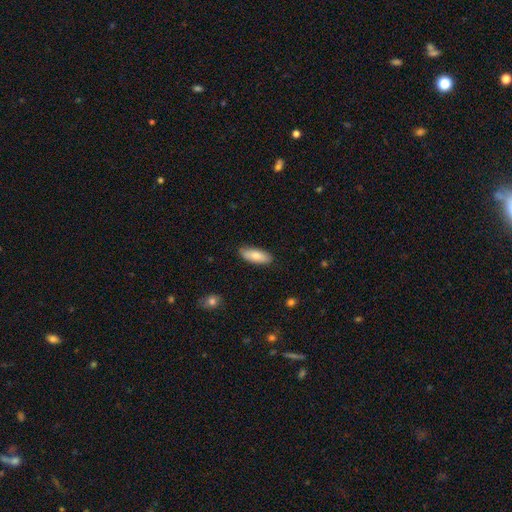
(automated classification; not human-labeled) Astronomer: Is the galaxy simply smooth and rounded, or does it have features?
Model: smooth — 81%.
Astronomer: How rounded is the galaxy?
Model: in between — 68%.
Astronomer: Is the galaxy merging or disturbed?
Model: none — 87%.